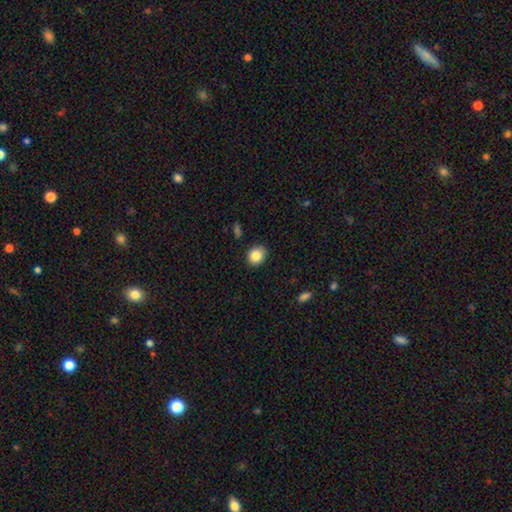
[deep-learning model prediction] The model was most divided on "how rounded": round: 67%, in between: 32%, cigar-shaped: 1%. More confident: merging — none (87%); smooth or featured — smooth (86%).